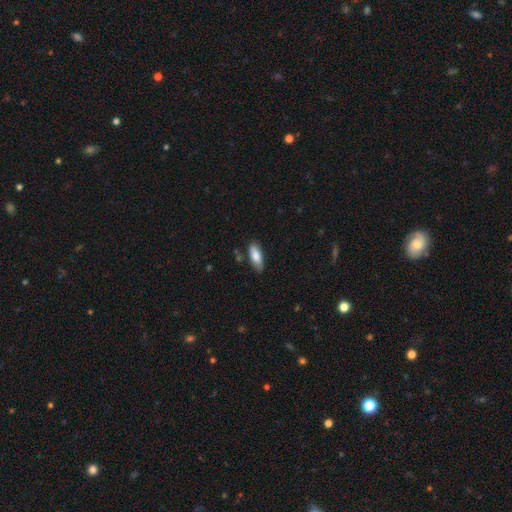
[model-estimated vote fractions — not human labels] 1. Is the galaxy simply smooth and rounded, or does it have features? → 79% smooth, 15% featured or disk, 6% star or artifact.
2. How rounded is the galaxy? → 74% in between, 24% cigar-shaped, 2% round.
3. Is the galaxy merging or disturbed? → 76% none, 18% minor disturbance, 3% major disturbance, 3% merger.